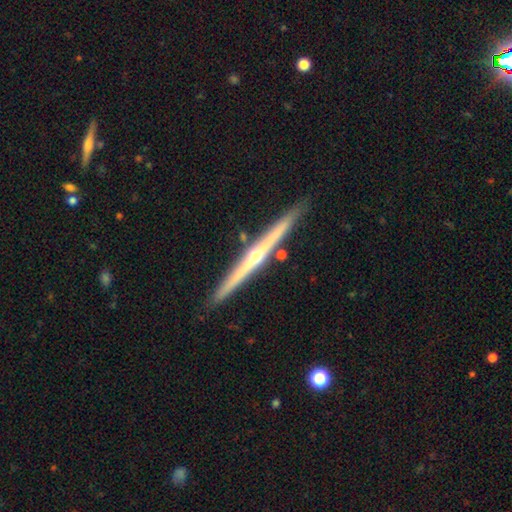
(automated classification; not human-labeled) Smooth or featured: featured or disk — 81% (smooth — 14%)
Edge-on disk: yes — 98% (no — 2%)
Edge-on bulge: rounded — 84% (none — 13%)
Merging: none — 90% (minor disturbance — 7%)